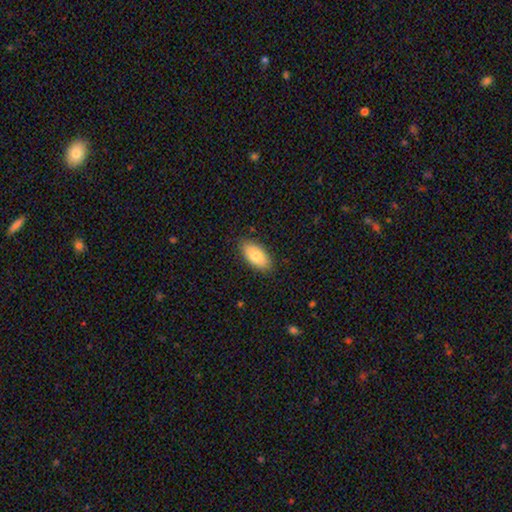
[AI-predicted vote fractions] The model was most divided on "smooth or featured": smooth: 80%, featured or disk: 14%, star or artifact: 7%. More confident: how rounded — in between (91%); merging — none (86%).